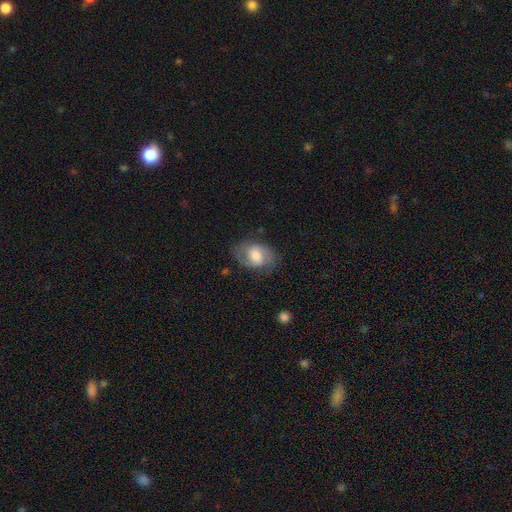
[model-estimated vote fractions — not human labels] Morphology: type=featured or disk (55%); edge-on=no (96%); bar=weak (44%); spiral arms=yes (83%); bulge=moderate (56%); merging=none (69%).